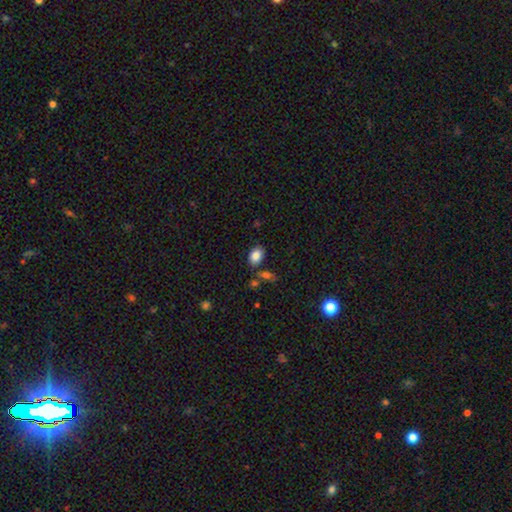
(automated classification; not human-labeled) Smooth or featured? Predicted: smooth (p=0.85). How rounded? Predicted: in between (p=0.83). Merging? Predicted: none (p=0.77).